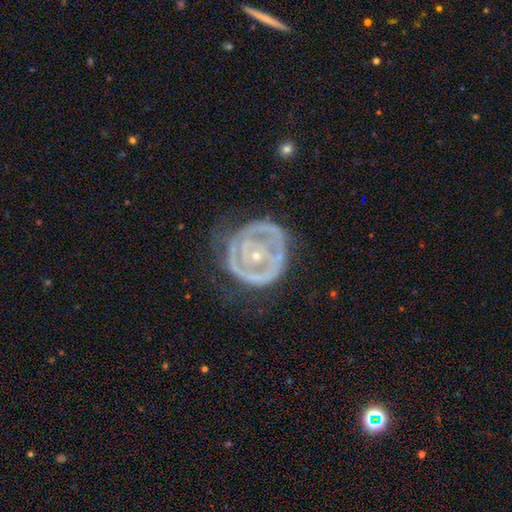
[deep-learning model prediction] This is likely a featured or disk galaxy (77%). It is clearly not viewed edge-on (97%). Bar: likely no (75%). Spiral arm pattern: possibly yes (57%). Central bulge: likely small (78%). Merging: possibly none (52%).